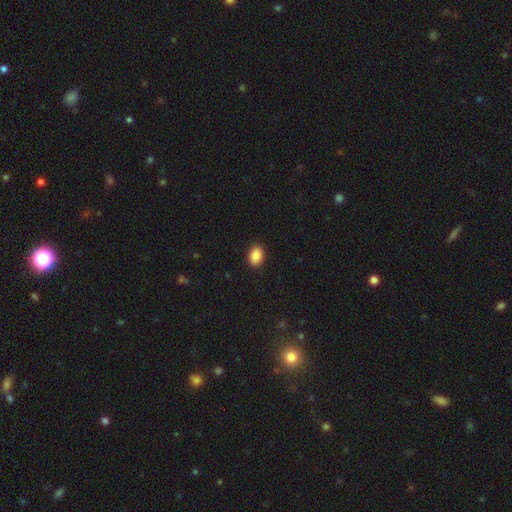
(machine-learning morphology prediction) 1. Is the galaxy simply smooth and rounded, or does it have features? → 89% smooth, 8% star or artifact, 3% featured or disk.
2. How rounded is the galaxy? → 80% in between, 18% round, 1% cigar-shaped.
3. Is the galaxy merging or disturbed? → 90% none, 7% minor disturbance, 2% major disturbance, 1% merger.